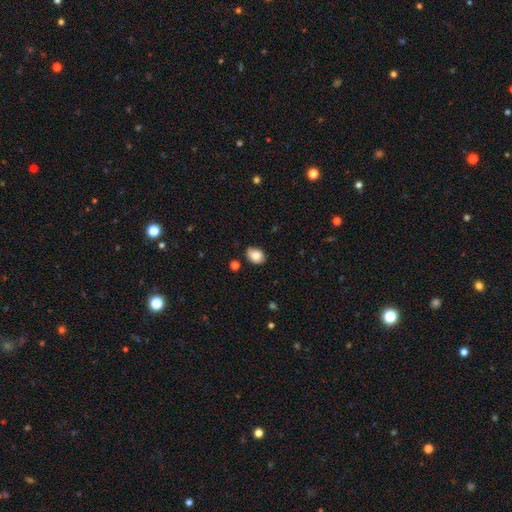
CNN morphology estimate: A smooth galaxy with no disk features (84%) that is in between round and cigar-shaped (72%).

Vote fractions:
- Smooth or featured? smooth: 84% / star or artifact: 8% / featured or disk: 8%
- How rounded? in between: 72% / round: 27% / cigar-shaped: 1%
- Merging? none: 80% / minor disturbance: 16% / major disturbance: 3% / merger: 2%